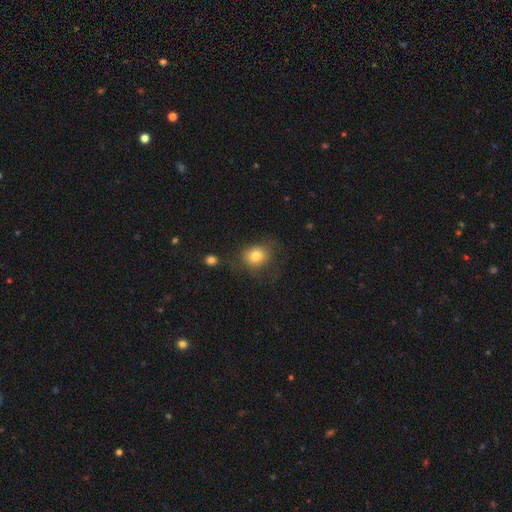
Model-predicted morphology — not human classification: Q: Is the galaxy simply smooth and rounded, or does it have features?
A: smooth — 79%.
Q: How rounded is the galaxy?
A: round — 71%.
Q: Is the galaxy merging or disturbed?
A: none — 66%.